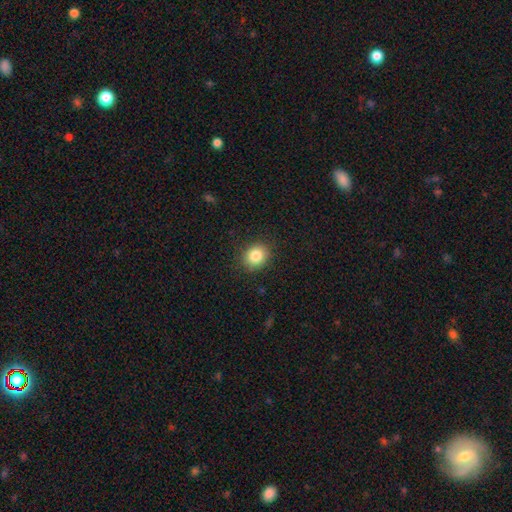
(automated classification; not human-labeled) Smooth or featured? smooth (84%)
How rounded? round (63%)
Merging? none (87%)